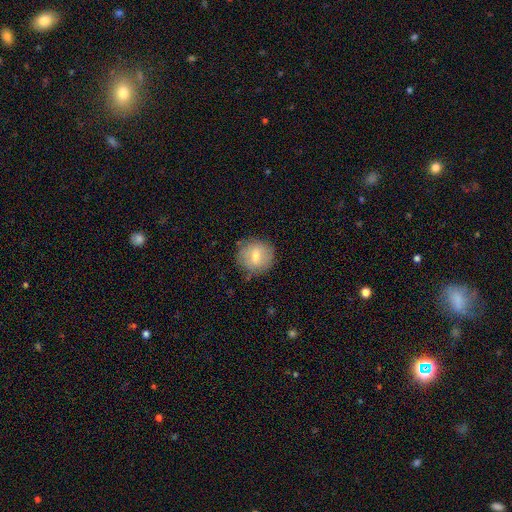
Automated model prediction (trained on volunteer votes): A smooth galaxy with no disk features (65%) that is round (88%). Merging: none (83%).